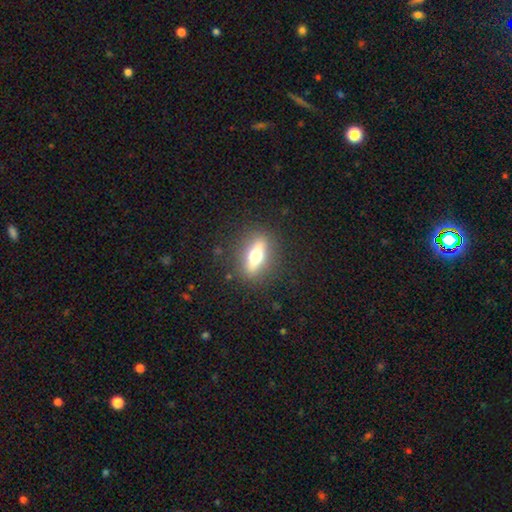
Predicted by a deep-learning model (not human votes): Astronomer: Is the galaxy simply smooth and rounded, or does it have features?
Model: featured or disk — 46%, tied with smooth at 46%.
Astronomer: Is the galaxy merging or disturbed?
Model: none — 86%.